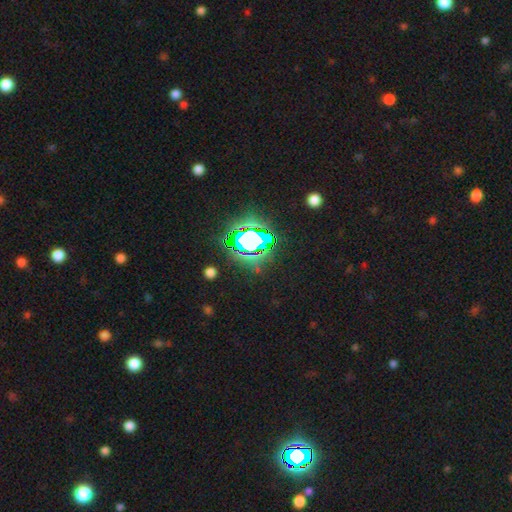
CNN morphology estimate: type=star or artifact (81%).